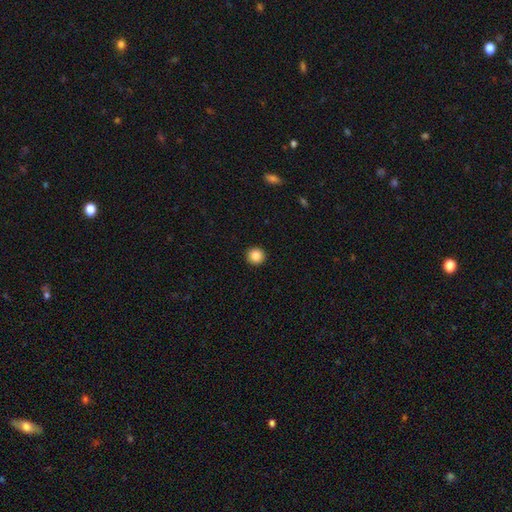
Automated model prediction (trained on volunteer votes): This appears to be a smooth galaxy with no disk features (87%) that is round (96%). Merging: none (93%).